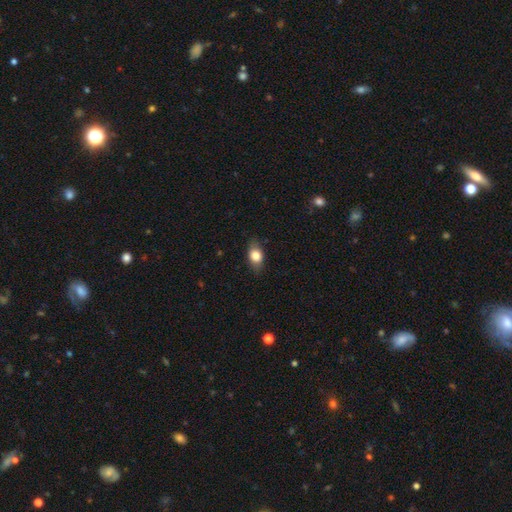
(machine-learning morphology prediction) This is likely a smooth galaxy (77%). How rounded: likely in between (74%). Merging: likely none (80%).